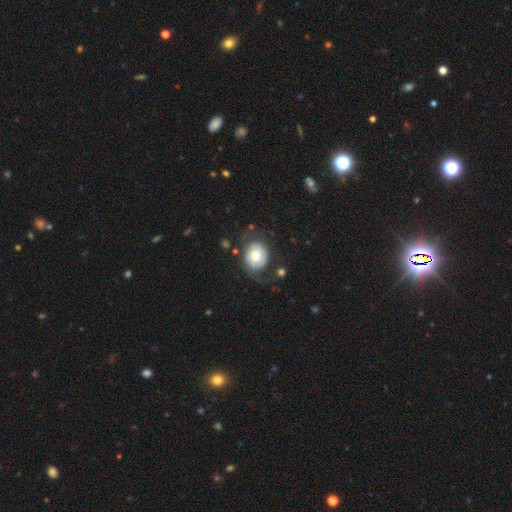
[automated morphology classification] Smooth or featured? smooth (55%)
How rounded? round (68%)
Merging? none (53%)